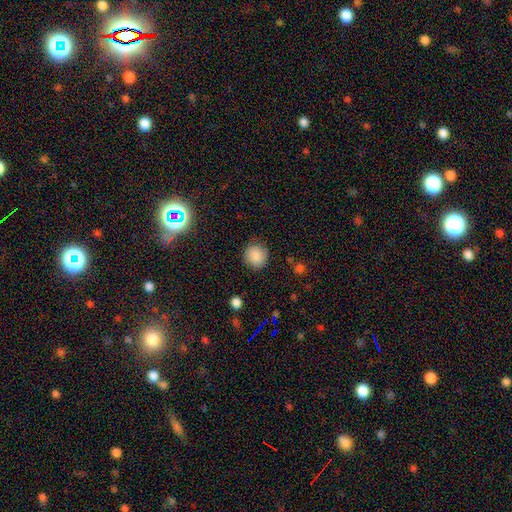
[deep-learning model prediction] Smooth or featured? Predicted: smooth (p=0.85). How rounded? Predicted: round (p=0.89). Merging? Predicted: none (p=0.85).